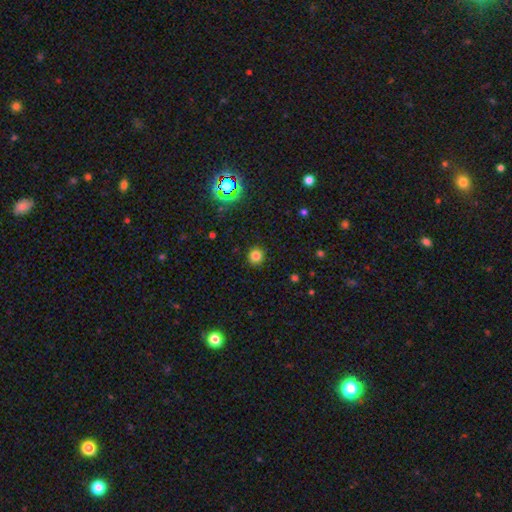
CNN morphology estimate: smooth 79%, star or artifact 15%, featured or disk 5%. Down the decision tree: how rounded — round (92%); merging — none (91%).